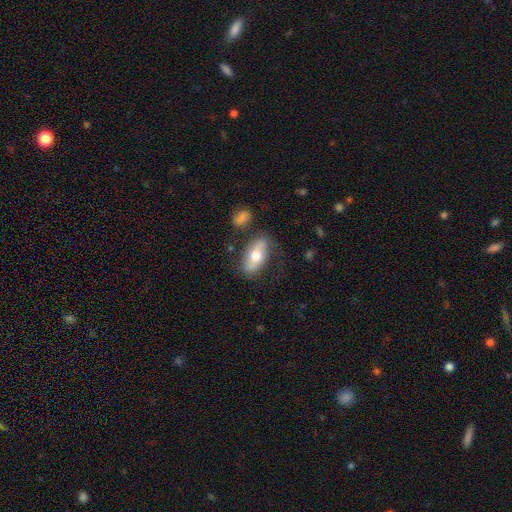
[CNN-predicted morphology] smooth_or_featured: smooth (p=0.58) [alt: featured or disk p=0.36]
how_rounded: in between (p=0.88) [alt: cigar-shaped p=0.07]
merging: none (p=0.71) [alt: minor disturbance p=0.17]